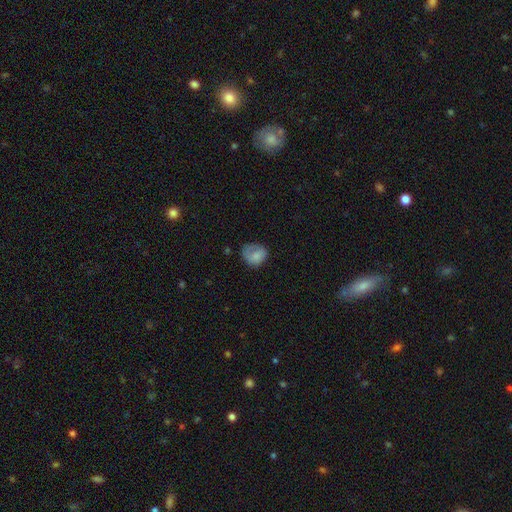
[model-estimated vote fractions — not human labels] Q: Smooth or featured?
A: smooth (71%); runner-up: featured or disk (21%)
Q: How rounded?
A: round (59%); runner-up: in between (40%)
Q: Merging?
A: none (43%); runner-up: minor disturbance (31%)